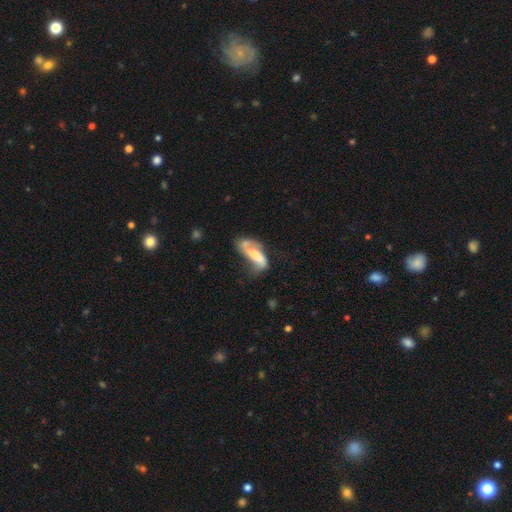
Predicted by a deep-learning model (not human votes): Smooth or featured? Predicted: featured or disk (p=0.57). Edge-on disk? Predicted: no (p=0.88). Bar? Predicted: no (p=0.42). Spiral arms? Predicted: yes (p=0.69). Bulge size? Predicted: moderate (p=0.42). Merging? Predicted: none (p=0.33).